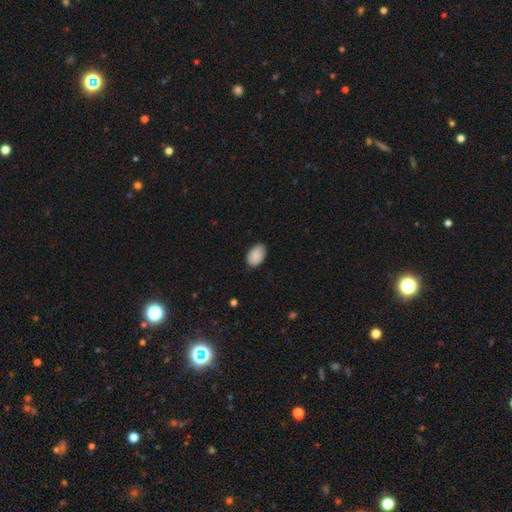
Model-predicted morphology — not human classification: Q: Smooth or featured?
A: smooth (90%); runner-up: star or artifact (6%)
Q: How rounded?
A: in between (90%); runner-up: round (9%)
Q: Merging?
A: none (83%); runner-up: minor disturbance (14%)